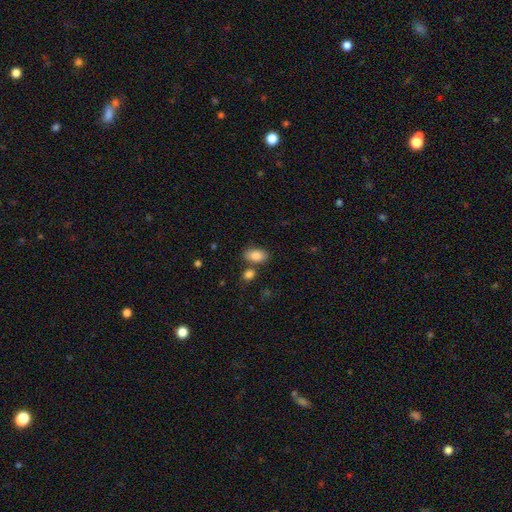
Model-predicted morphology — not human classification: type=smooth (87%); roundness=in between (90%); merging=none (70%).